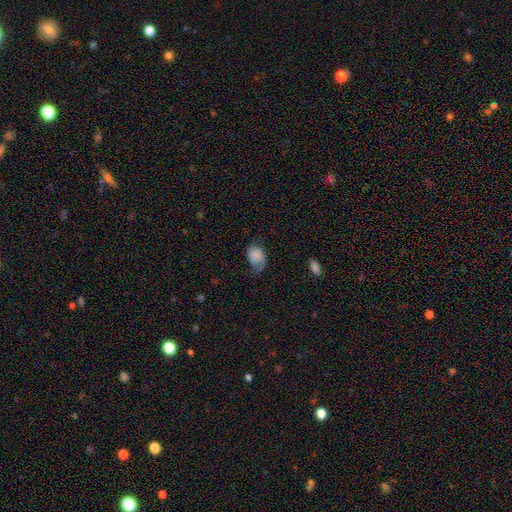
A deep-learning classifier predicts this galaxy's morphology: This is likely a smooth galaxy (60%). How rounded: likely in between (74%). Merging: marginally none (35%).